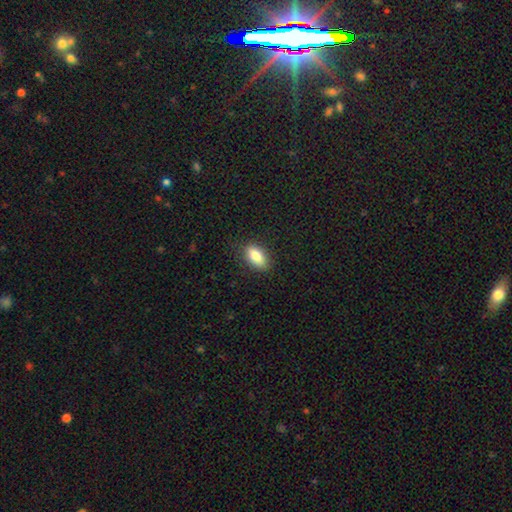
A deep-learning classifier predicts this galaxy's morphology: A smooth galaxy with no disk features (83%) that is in between round and cigar-shaped (89%). Merging: none (85%).